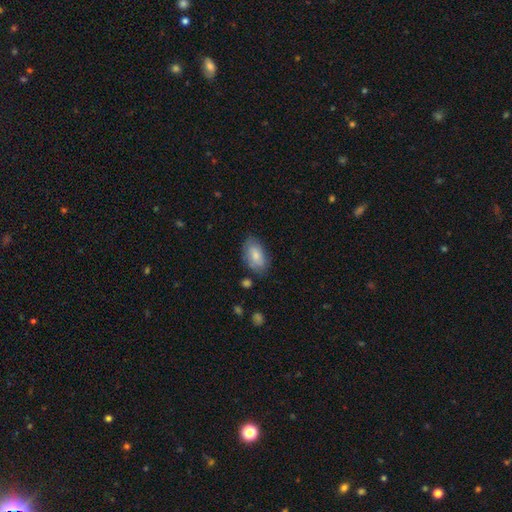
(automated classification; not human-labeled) A smooth galaxy with no disk features (77%) that is in between round and cigar-shaped (93%). Merging: none (74%).